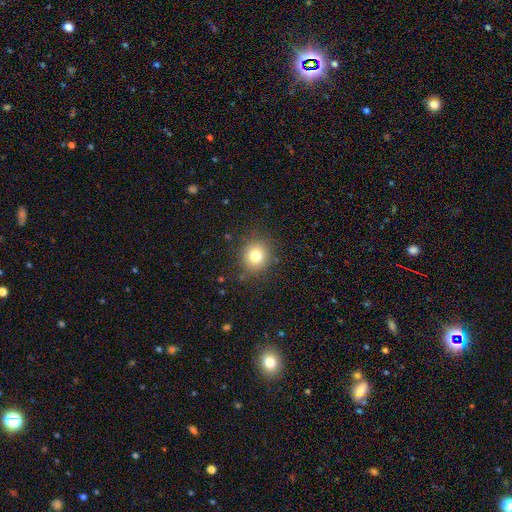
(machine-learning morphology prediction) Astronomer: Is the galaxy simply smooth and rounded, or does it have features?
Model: smooth — 78%.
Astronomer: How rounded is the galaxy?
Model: round — 87%.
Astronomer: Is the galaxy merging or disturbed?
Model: none — 86%.